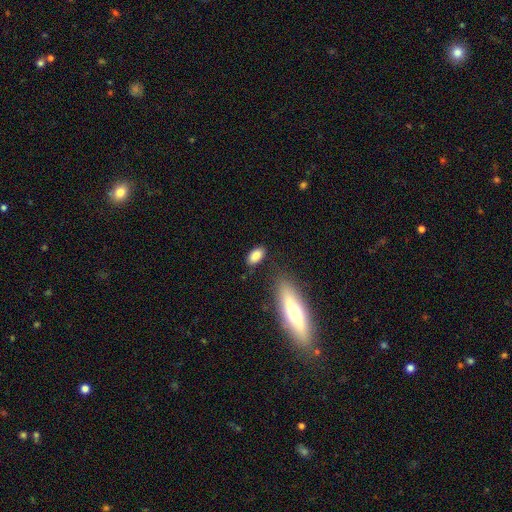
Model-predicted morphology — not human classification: This appears to be a smooth galaxy with no disk features (85%) that is in between round and cigar-shaped (90%). Merging: none (80%).